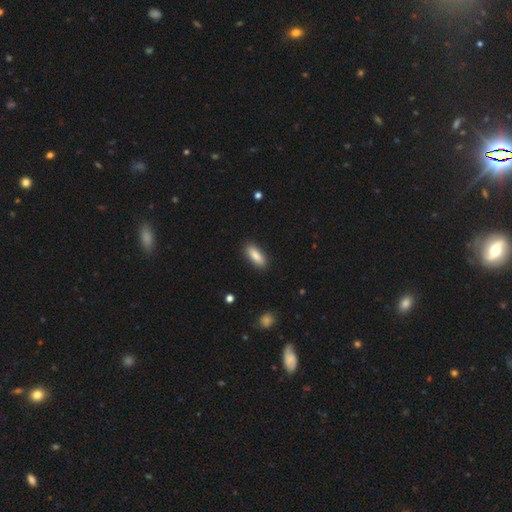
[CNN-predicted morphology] This appears to be a smooth galaxy with no disk features (86%) that is in between round and cigar-shaped (68%). Merging: none (89%).